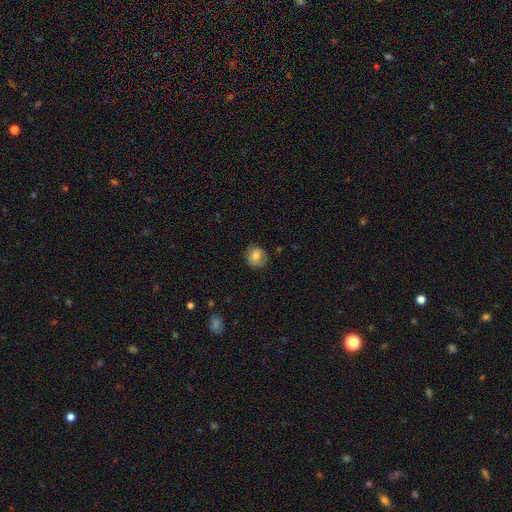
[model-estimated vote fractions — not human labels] This appears to be a smooth galaxy with no disk features (77%) that is round (80%). Merging: none (75%).